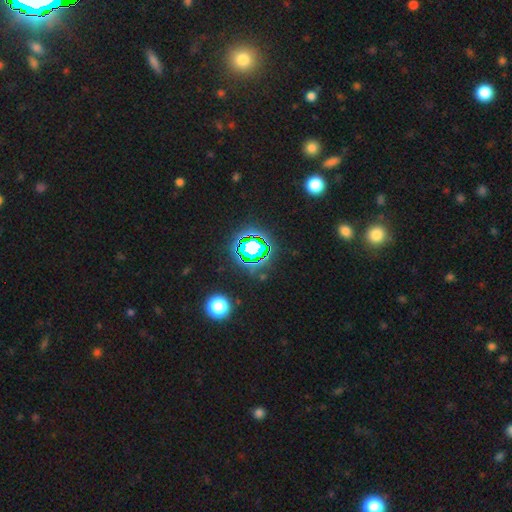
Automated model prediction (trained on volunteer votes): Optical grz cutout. It shows a star or artifact, not a galaxy (79%).